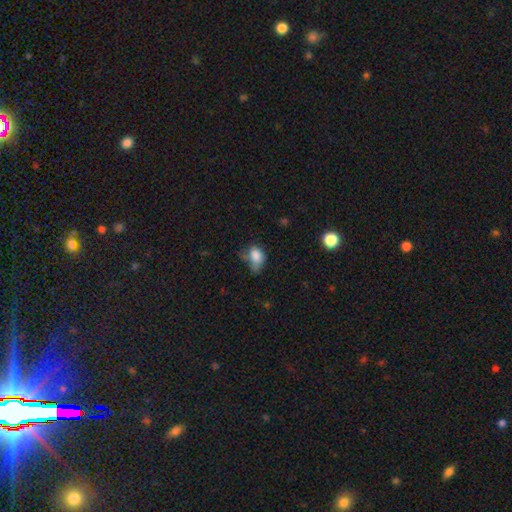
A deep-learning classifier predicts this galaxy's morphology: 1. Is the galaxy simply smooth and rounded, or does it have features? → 78% smooth, 11% featured or disk, 10% star or artifact.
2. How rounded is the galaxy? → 75% in between, 23% round, 2% cigar-shaped.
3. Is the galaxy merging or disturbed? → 35% minor disturbance, 30% none, 27% major disturbance, 9% merger.